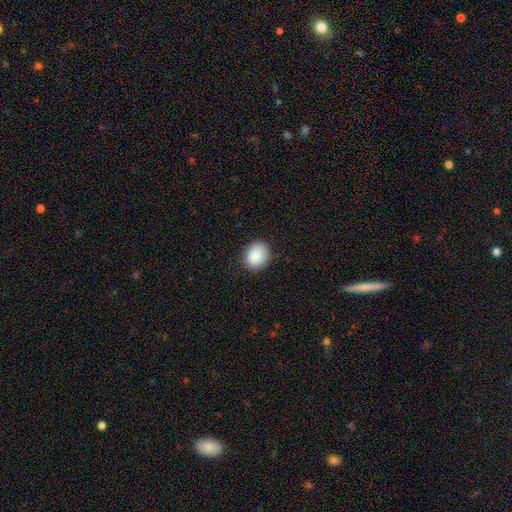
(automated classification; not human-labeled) smooth-or-featured: smooth: 89% | star or artifact: 7% | featured or disk: 4%
  how-rounded: round: 53% | in between: 46% | cigar-shaped: 1%
  merging: none: 86% | minor disturbance: 11% | major disturbance: 2% | merger: 1%